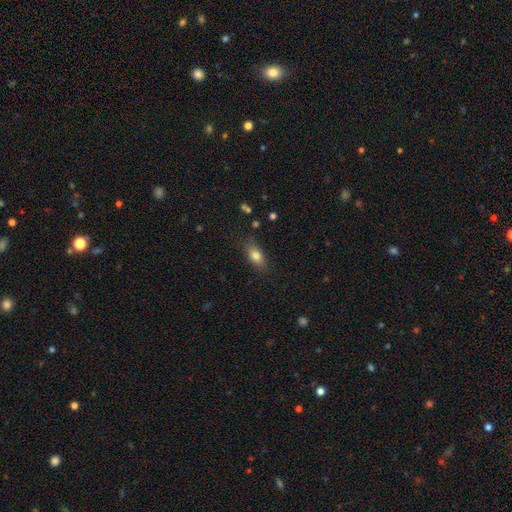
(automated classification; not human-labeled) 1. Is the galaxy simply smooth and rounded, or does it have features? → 77% smooth, 13% featured or disk, 9% star or artifact.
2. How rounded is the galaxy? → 78% in between, 12% cigar-shaped, 10% round.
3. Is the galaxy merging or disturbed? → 78% none, 16% minor disturbance, 4% major disturbance, 2% merger.